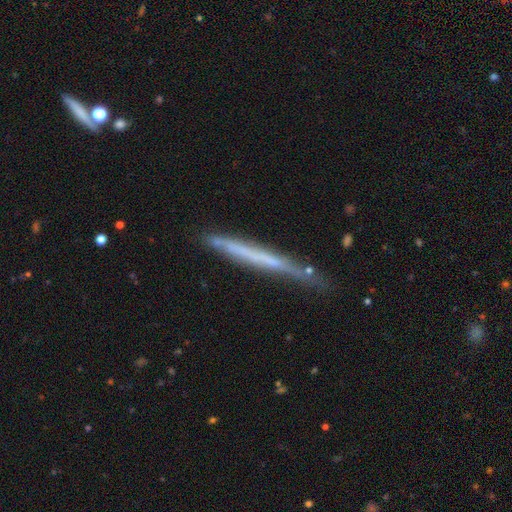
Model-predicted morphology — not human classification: Smooth or featured?
  - featured or disk: 51% *
  - smooth: 42%
  - star or artifact: 7%
Edge-on disk?
  - yes: 94% *
  - no: 6%
Merging?
  - none: 73% *
  - minor disturbance: 20%
  - major disturbance: 4%
  - merger: 3%